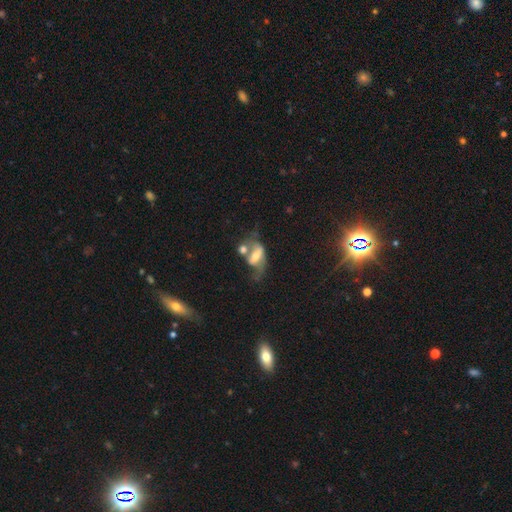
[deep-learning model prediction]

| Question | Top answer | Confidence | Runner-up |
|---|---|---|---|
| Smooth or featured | featured or disk | 54% | smooth (36%) |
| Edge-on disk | no | 91% | yes (9%) |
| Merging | merger | 39% | none (23%) |